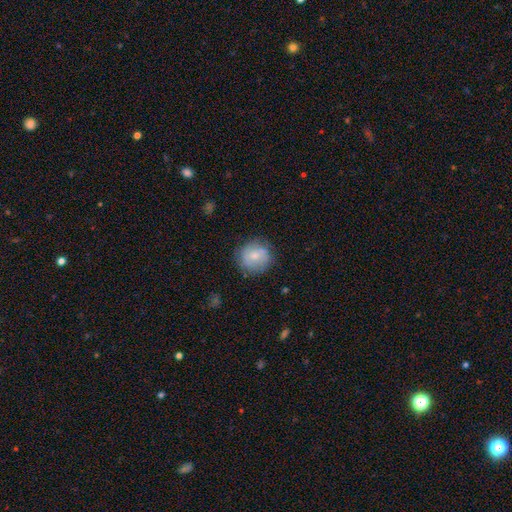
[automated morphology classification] Smooth or featured?
  - smooth: 70% *
  - featured or disk: 22%
  - star or artifact: 7%
How rounded?
  - round: 89% *
  - in between: 10%
  - cigar-shaped: 1%
Merging?
  - none: 74% *
  - minor disturbance: 18%
  - major disturbance: 5%
  - merger: 2%